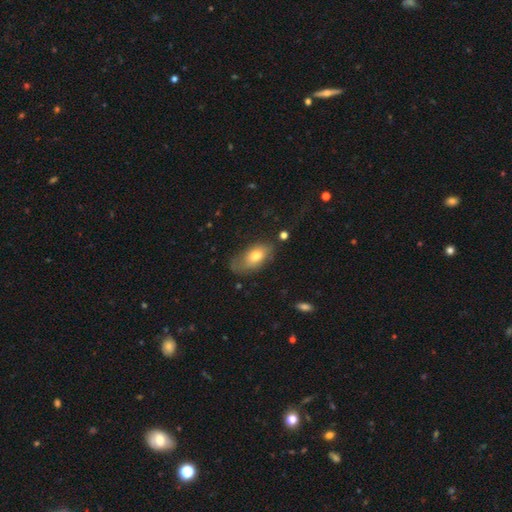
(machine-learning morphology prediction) type=smooth (71%); roundness=in between (90%); merging=none (50%).